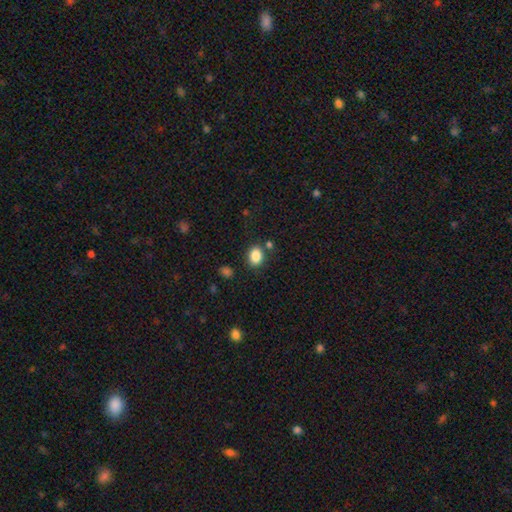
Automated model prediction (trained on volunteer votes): This appears to be a smooth galaxy with no disk features (86%) that is in between round and cigar-shaped (67%). Merging: none (79%).